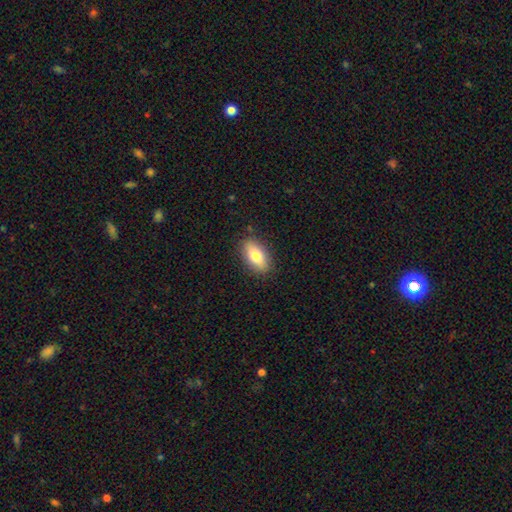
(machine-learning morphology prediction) smooth 74%, featured or disk 19%, star or artifact 7%. Down the decision tree: how rounded — in between (86%); merging — none (86%).